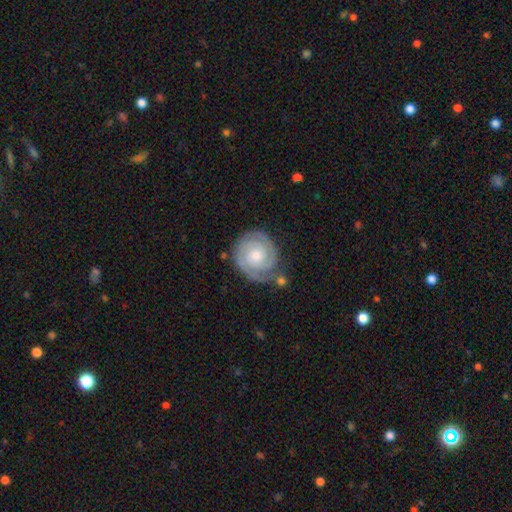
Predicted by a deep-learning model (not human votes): This appears to be a featured or disk galaxy (83%) with no bar (76%), 2 (61%) tight (80%) spiral arms (97%) and a small central bulge (48%). Merging: none (74%).